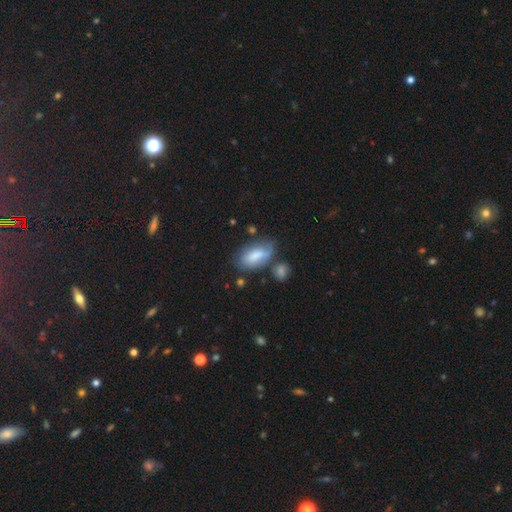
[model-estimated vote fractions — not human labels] Smooth or featured?
  - smooth: 71% *
  - featured or disk: 22%
  - star or artifact: 7%
How rounded?
  - in between: 88% *
  - cigar-shaped: 8%
  - round: 3%
Merging?
  - none: 50% *
  - minor disturbance: 27%
  - merger: 12%
  - major disturbance: 10%